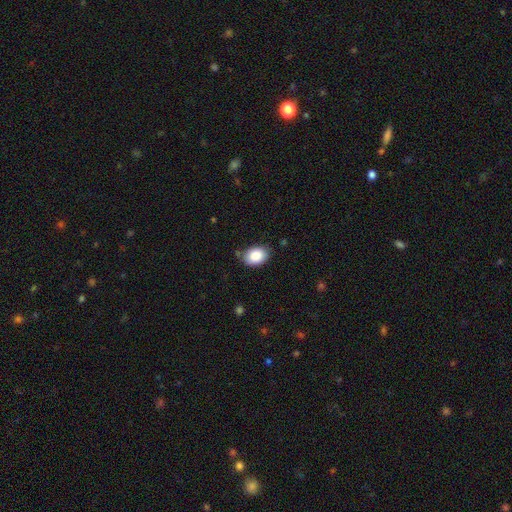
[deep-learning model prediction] A smooth galaxy with no disk features (87%) that is in between round and cigar-shaped (82%).

Vote fractions:
- Smooth or featured? smooth: 87% / star or artifact: 7% / featured or disk: 6%
- How rounded? in between: 82% / round: 17% / cigar-shaped: 1%
- Merging? none: 80% / minor disturbance: 15% / major disturbance: 3% / merger: 2%